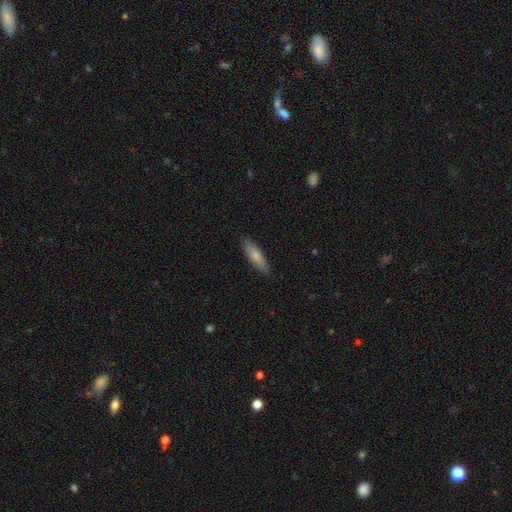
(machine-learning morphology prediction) Smooth or featured? Predicted: smooth (p=0.78). How rounded? Predicted: cigar-shaped (p=0.59). Merging? Predicted: none (p=0.87).